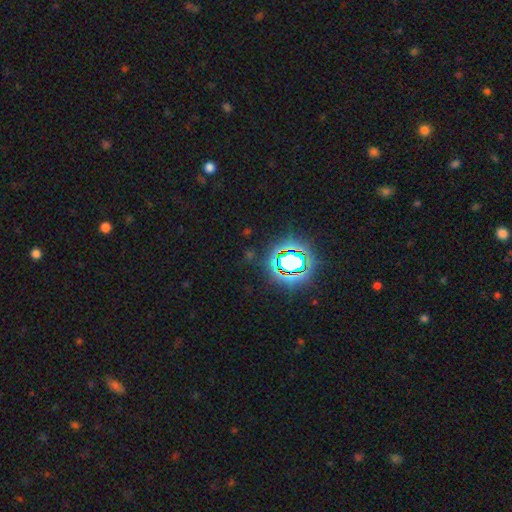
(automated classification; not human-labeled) Smooth or featured: star or artifact — 79% (smooth — 13%)